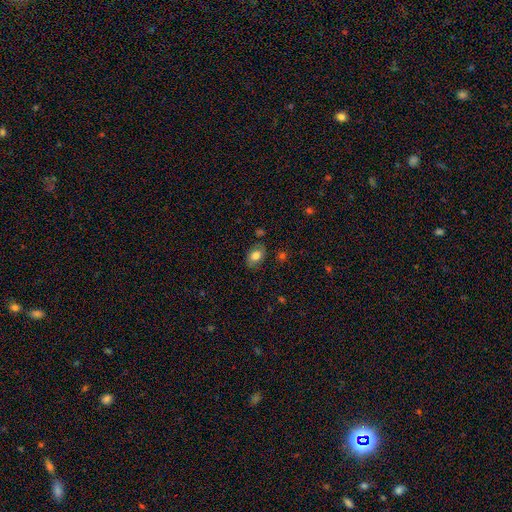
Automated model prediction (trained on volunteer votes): This is likely a smooth galaxy (78%). How rounded: clearly in between (83%). Merging: likely none (79%).